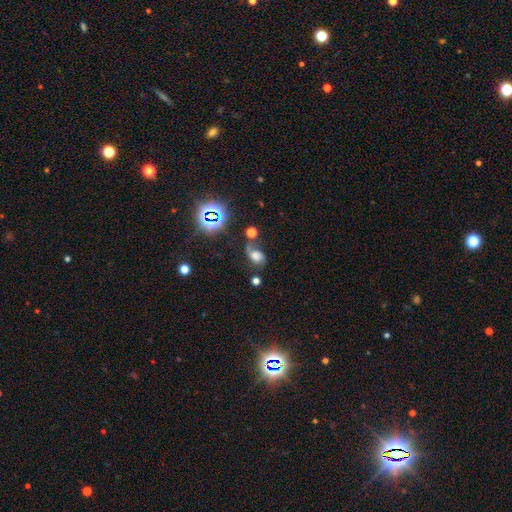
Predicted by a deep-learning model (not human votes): This appears to be a featured or disk galaxy (46%). Merging: none (41%).